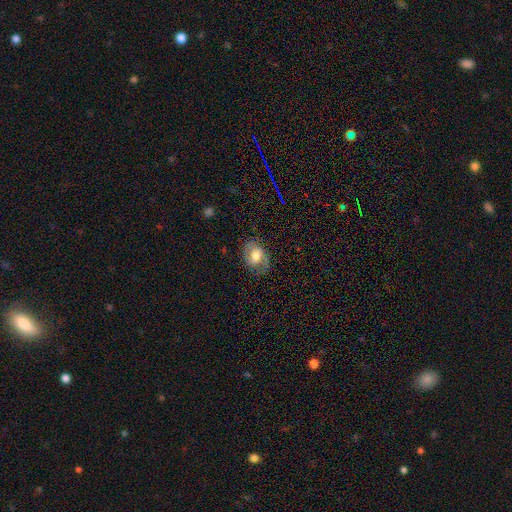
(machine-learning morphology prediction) Smooth or featured: featured or disk — 51% (smooth — 40%)
Edge-on disk: no — 95% (yes — 5%)
Merging: none — 69% (minor disturbance — 21%)